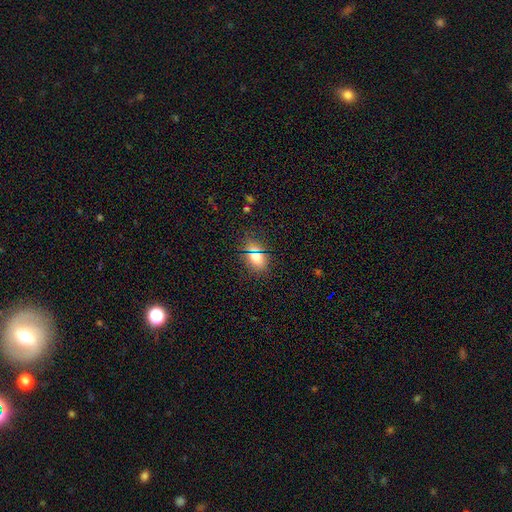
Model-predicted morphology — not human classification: The model was most divided on "how rounded": in between: 66%, round: 30%, cigar-shaped: 4%. More confident: merging — none (84%); smooth or featured — smooth (70%).